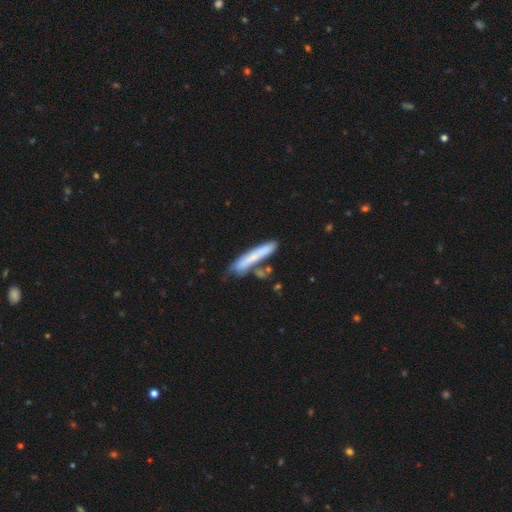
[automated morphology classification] smooth 68%, featured or disk 26%, star or artifact 6%. Down the decision tree: how rounded — cigar-shaped (91%); merging — none (60%).